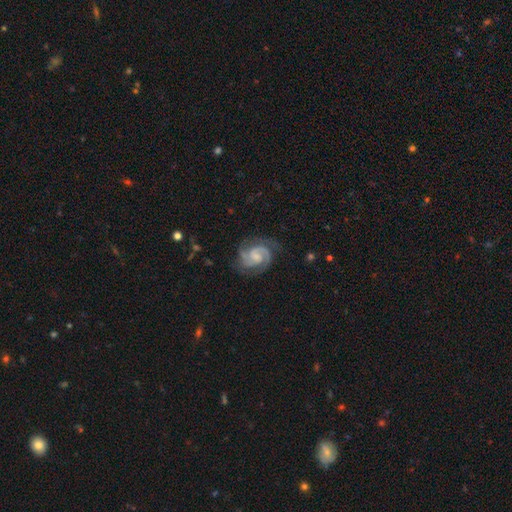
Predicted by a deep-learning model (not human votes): Smooth or featured: featured or disk — 89% (smooth — 6%)
Edge-on disk: no — 98% (yes — 2%)
Bar: no — 50% (weak — 42%)
Spiral arms: yes — 98% (no — 2%)
Spiral winding: medium — 47% (tight — 45%)
Spiral arm count: 2 — 68% (3 — 19%)
Bulge size: small — 45% (moderate — 26%)
Merging: none — 74% (minor disturbance — 17%)